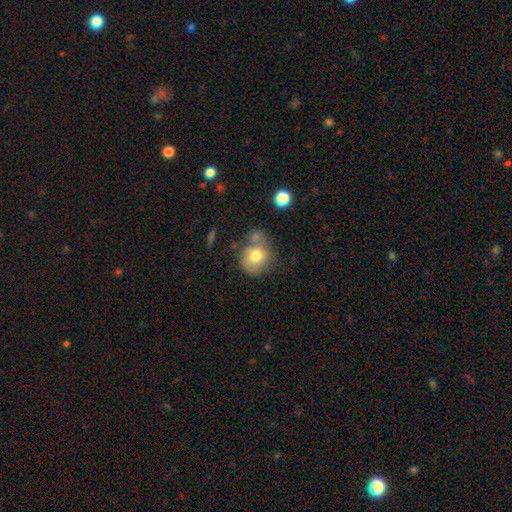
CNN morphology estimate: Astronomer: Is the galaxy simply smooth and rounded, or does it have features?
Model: smooth — 73%.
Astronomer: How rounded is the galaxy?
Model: round — 77%.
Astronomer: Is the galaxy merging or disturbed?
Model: none — 48% (runner-up: merger, 24%).